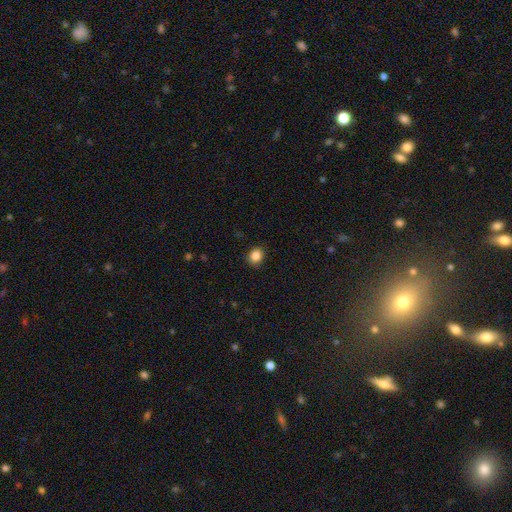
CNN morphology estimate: The model was most divided on "how rounded": round: 69%, in between: 31%, cigar-shaped: 1%. More confident: merging — none (90%); smooth or featured — smooth (86%).